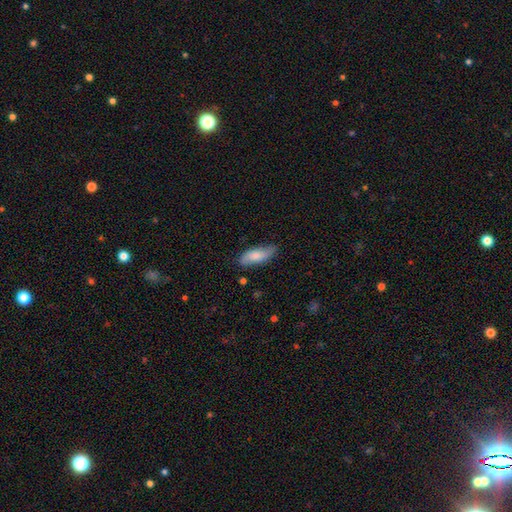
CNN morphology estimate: Smooth or featured: smooth — 74% (featured or disk — 20%)
How rounded: in between — 70% (cigar-shaped — 28%)
Merging: none — 72% (minor disturbance — 22%)